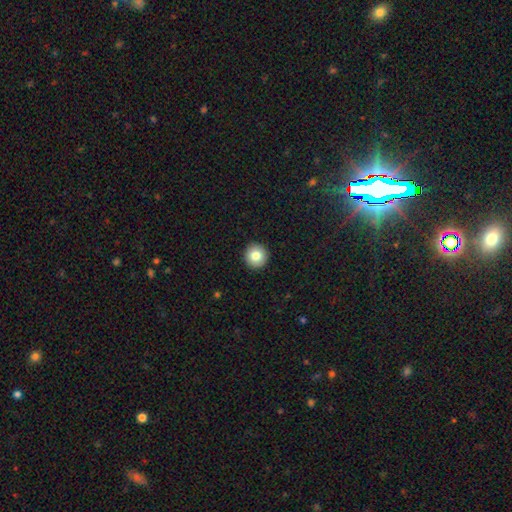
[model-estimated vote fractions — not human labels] Morphology: type=smooth (82%); roundness=round (96%); merging=none (94%).